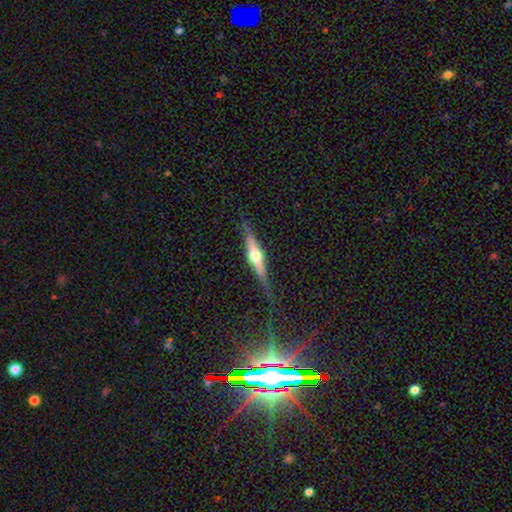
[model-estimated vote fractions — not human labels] A featured or disk galaxy (71%) viewed edge-on (96%) with a rounded central bulge (94%).

Vote fractions:
- Smooth or featured? featured or disk: 71% / smooth: 23% / star or artifact: 6%
- Edge-on disk? yes: 96% / no: 4%
- Edge-on bulge? rounded: 94% / boxy: 4% / none: 3%
- Merging? none: 77% / minor disturbance: 16% / major disturbance: 5% / merger: 2%